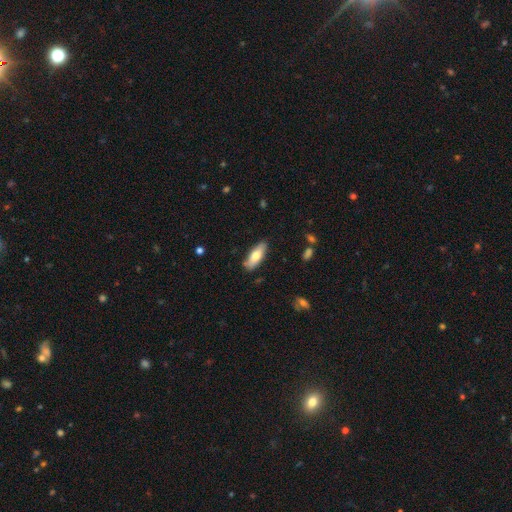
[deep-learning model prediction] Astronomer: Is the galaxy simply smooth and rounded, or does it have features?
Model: smooth — 70%.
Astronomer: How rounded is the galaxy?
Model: in between — 62%.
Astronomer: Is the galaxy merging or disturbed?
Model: none — 84%.